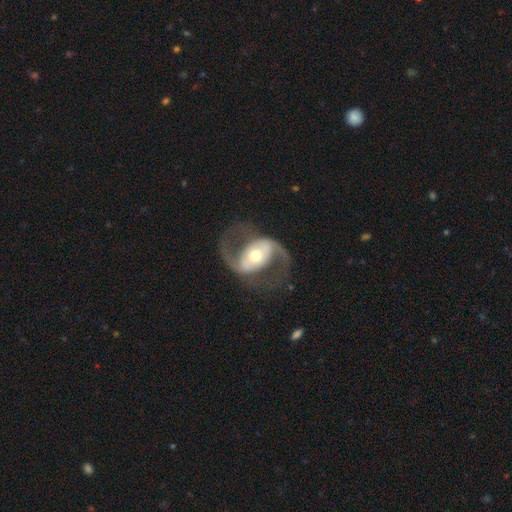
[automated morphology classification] smooth-or-featured: featured or disk: 89% | smooth: 7% | star or artifact: 4%
  disk-edge-on: no: 97% | yes: 3%
    bar: strong: 36% | no: 35% | weak: 30%
    has-spiral-arms: yes: 93% | no: 7%
      spiral-winding: medium: 46% | loose: 44% | tight: 9%
      spiral-arm-count: 2: 93% | can't tell: 2% | 1: 2% | 3: 1% | 4: 1% | more than 4: 1%
    bulge-size: moderate: 64% | small: 22% | large: 12% | dominant: 2% | none: 1%
  merging: none: 74% | major disturbance: 13% | minor disturbance: 12% | merger: 2%